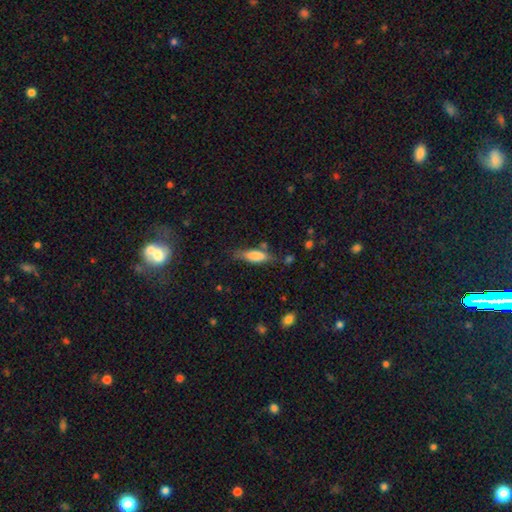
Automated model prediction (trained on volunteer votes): This appears to be a smooth galaxy with no disk features (76%) that is in between round and cigar-shaped (56%). Merging: none (66%).